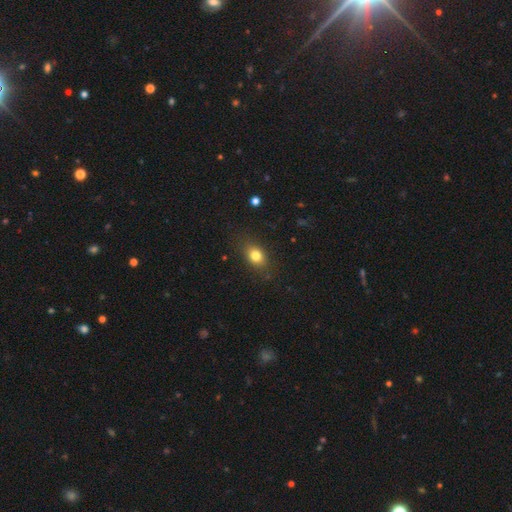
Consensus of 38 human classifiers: This is clearly a smooth galaxy (92%). How rounded: clearly in between (86%). Merging: likely none (78%).